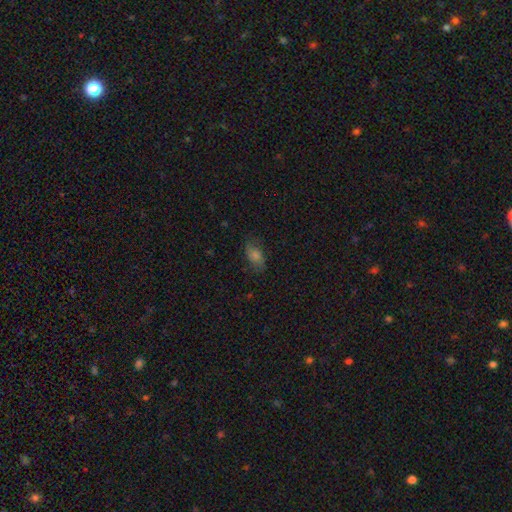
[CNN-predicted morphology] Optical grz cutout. It shows a smooth galaxy with no disk features (58%) that is in between round and cigar-shaped (84%). Merging: none (74%).